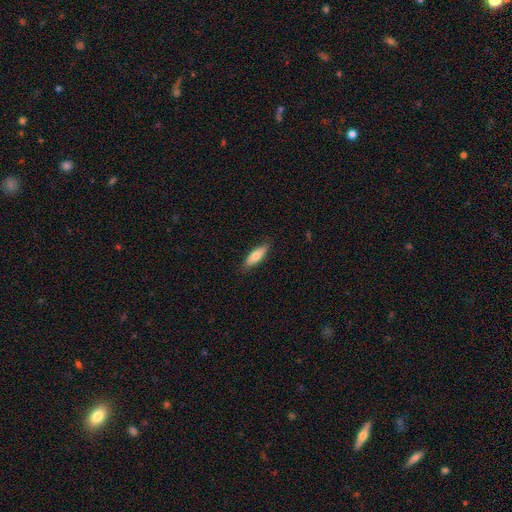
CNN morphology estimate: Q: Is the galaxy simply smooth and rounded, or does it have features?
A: smooth — 74%.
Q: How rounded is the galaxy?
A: in between — 57%.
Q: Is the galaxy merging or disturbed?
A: none — 85%.